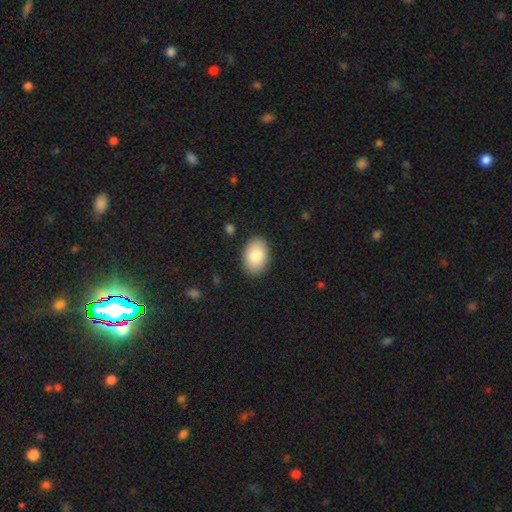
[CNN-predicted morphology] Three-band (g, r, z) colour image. It shows a smooth galaxy with no disk features (84%) that is in between round and cigar-shaped (87%). Merging: none (88%).